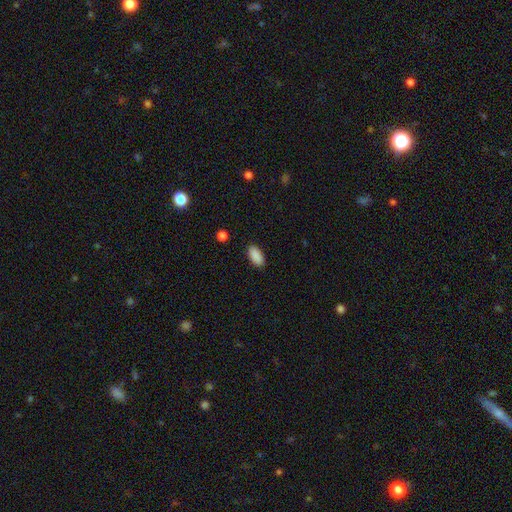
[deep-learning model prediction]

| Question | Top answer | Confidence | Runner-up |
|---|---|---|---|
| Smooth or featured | smooth | 90% | star or artifact (7%) |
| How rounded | in between | 92% | cigar-shaped (6%) |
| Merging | none | 89% | minor disturbance (8%) |